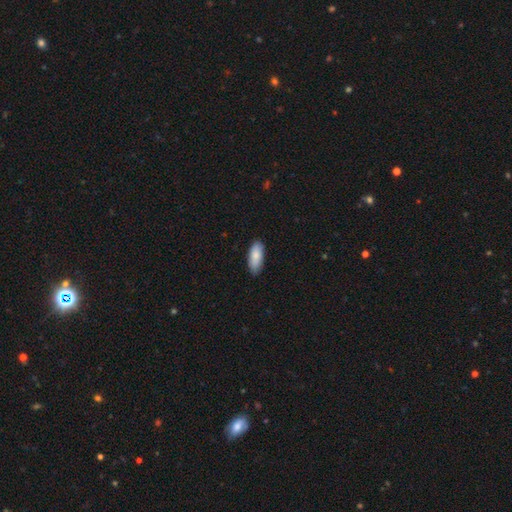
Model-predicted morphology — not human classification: A smooth galaxy with no disk features (85%) that is in between round and cigar-shaped (84%). Merging: none (83%).